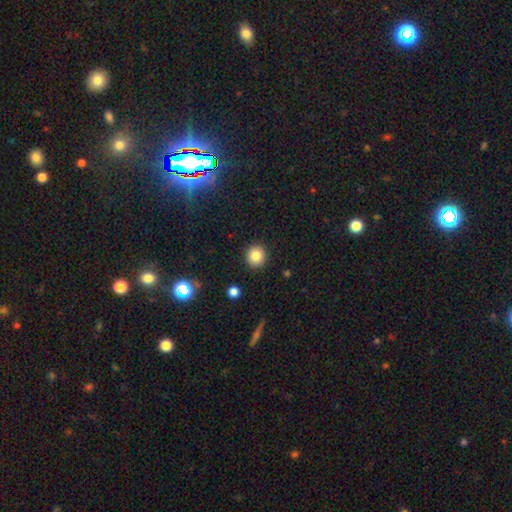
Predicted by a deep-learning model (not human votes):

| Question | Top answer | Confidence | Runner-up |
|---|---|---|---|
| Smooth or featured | smooth | 83% | star or artifact (11%) |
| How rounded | round | 91% | in between (8%) |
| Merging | none | 91% | minor disturbance (5%) |